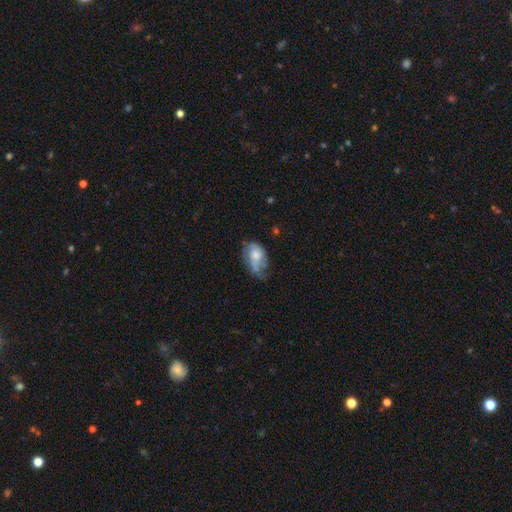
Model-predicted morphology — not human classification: smooth 48%, featured or disk 44%, star or artifact 8%. Down the decision tree: merging — minor disturbance (35%).